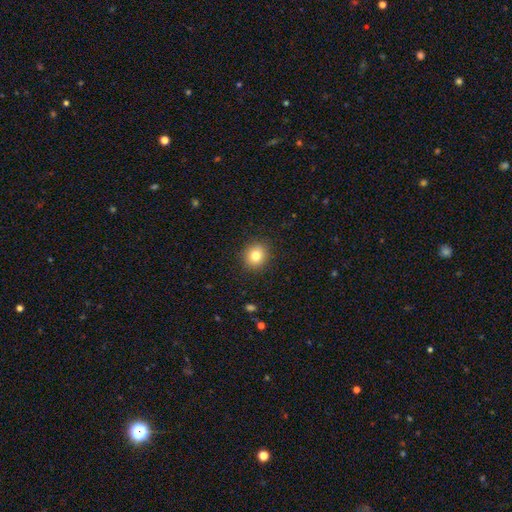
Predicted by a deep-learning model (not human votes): Smooth or featured? smooth (81%)
How rounded? round (81%)
Merging? none (90%)